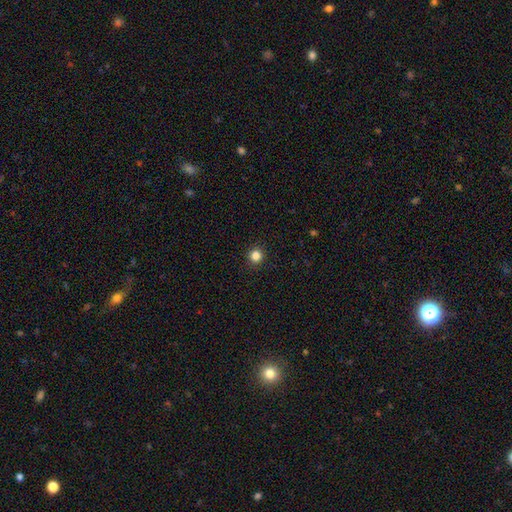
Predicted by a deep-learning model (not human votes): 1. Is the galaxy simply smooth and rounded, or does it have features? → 84% smooth, 12% star or artifact, 4% featured or disk.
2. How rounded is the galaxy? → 94% round, 5% in between, 1% cigar-shaped.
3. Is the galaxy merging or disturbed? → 93% none, 5% minor disturbance, 2% major disturbance, 1% merger.